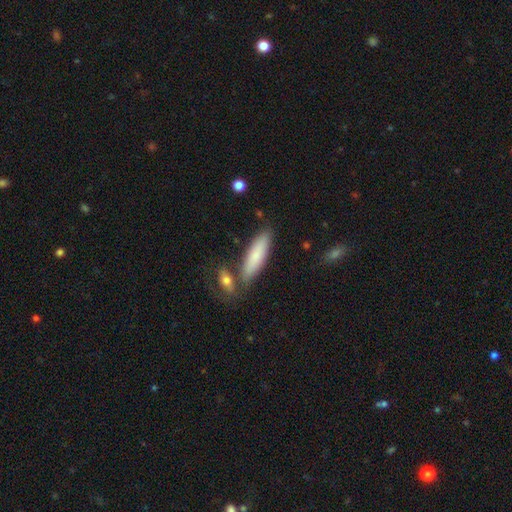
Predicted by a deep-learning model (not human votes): smooth 79%, featured or disk 16%, star or artifact 6%. Down the decision tree: how rounded — cigar-shaped (62%); merging — none (76%).